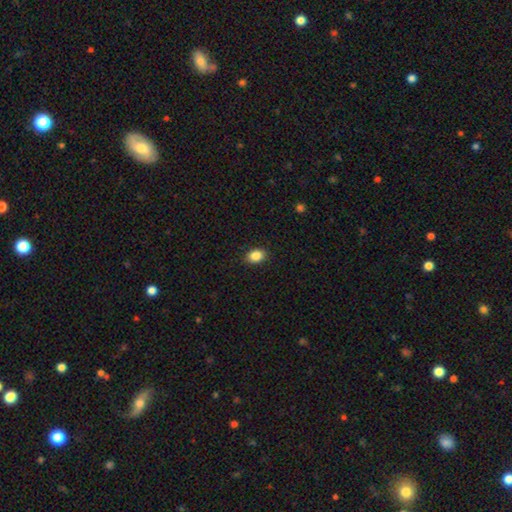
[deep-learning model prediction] A smooth galaxy with no disk features (87%) that is in between round and cigar-shaped (75%).

Vote fractions:
- Smooth or featured? smooth: 87% / star or artifact: 9% / featured or disk: 4%
- How rounded? in between: 75% / round: 24% / cigar-shaped: 1%
- Merging? none: 90% / minor disturbance: 7% / major disturbance: 2% / merger: 1%